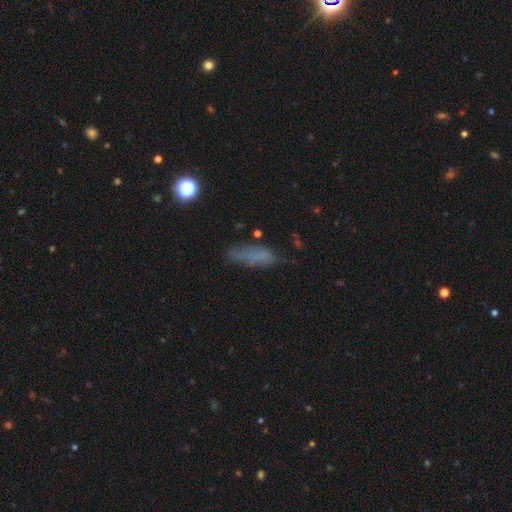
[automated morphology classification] Smooth or featured: smooth — 63% (featured or disk — 21%)
How rounded: cigar-shaped — 49% (in between — 48%)
Merging: none — 58% (minor disturbance — 25%)